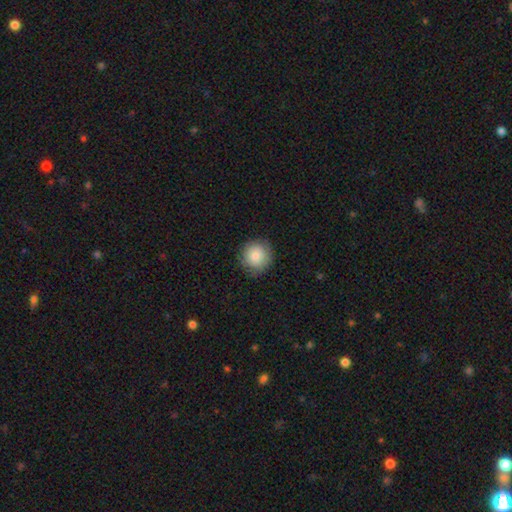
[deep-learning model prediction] smooth 85%, featured or disk 8%, star or artifact 8%. Down the decision tree: how rounded — round (91%); merging — none (84%).